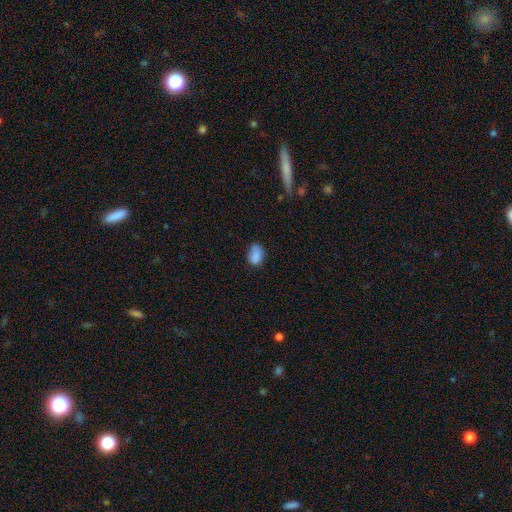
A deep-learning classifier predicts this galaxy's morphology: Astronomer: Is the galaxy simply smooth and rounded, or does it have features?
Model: smooth — 85%.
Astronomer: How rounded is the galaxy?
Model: in between — 79%.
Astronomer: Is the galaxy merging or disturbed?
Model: none — 63%.